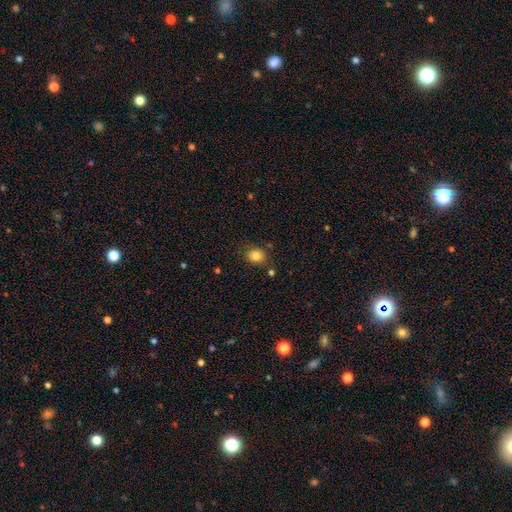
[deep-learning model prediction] Overall: smooth (83%). How rounded: round (63%; in between 36%). Merging: none (81%).